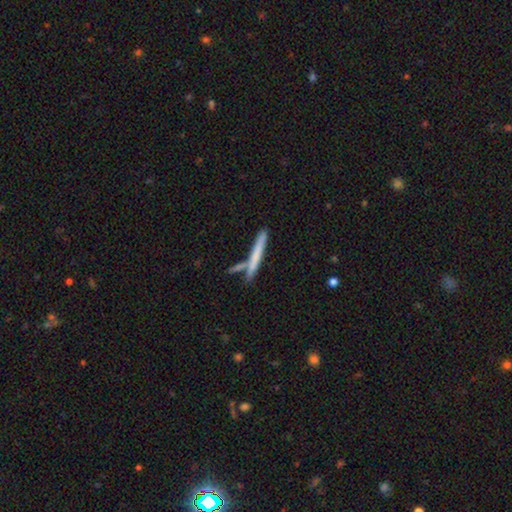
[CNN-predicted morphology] A smooth galaxy with no disk features (61%) that is cigar-shaped (95%).

Vote fractions:
- Smooth or featured? smooth: 61% / featured or disk: 32% / star or artifact: 6%
- How rounded? cigar-shaped: 95% / in between: 3% / round: 2%
- Merging? none: 71% / merger: 14% / minor disturbance: 12% / major disturbance: 3%